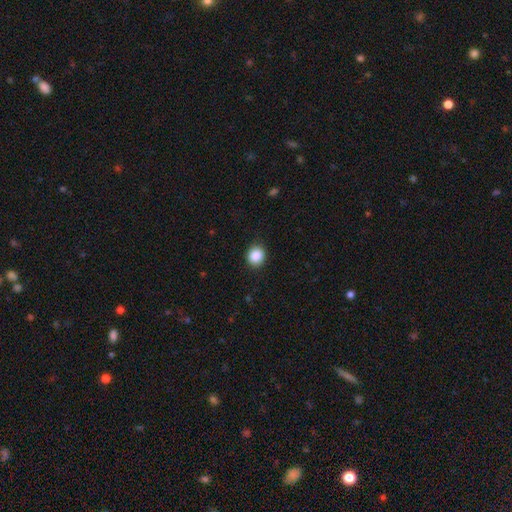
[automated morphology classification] smooth-or-featured: smooth: 86% | star or artifact: 9% | featured or disk: 5%
  how-rounded: round: 77% | in between: 22% | cigar-shaped: 1%
  merging: none: 90% | minor disturbance: 7% | major disturbance: 2% | merger: 1%